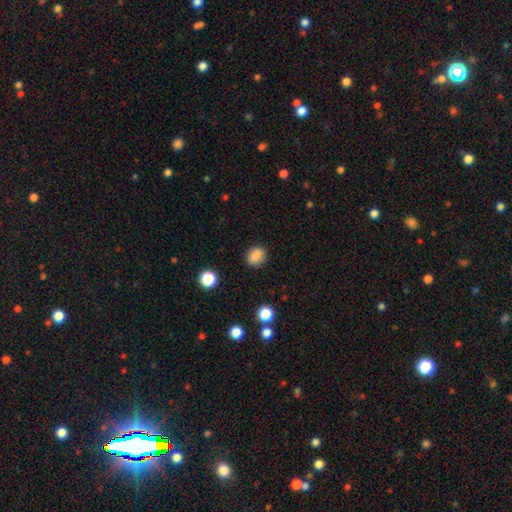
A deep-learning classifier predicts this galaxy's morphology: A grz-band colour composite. It shows a smooth galaxy with no disk features (86%) that is round (59%). Merging: none (87%).